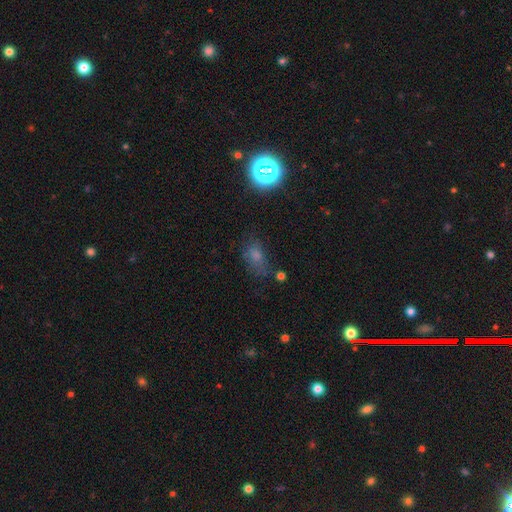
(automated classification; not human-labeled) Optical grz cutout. It shows a smooth galaxy with no disk features (60%) that is in between round and cigar-shaped (77%). Merging: none (58%).